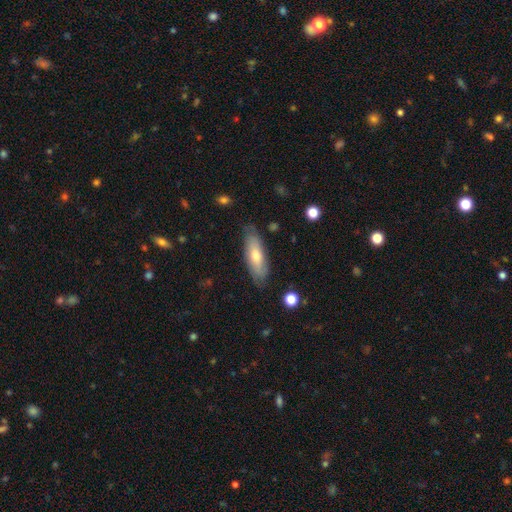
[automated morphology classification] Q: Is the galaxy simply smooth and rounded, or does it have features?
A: smooth — 60%.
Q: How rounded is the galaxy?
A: in between — 56%.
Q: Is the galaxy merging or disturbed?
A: none — 80%.